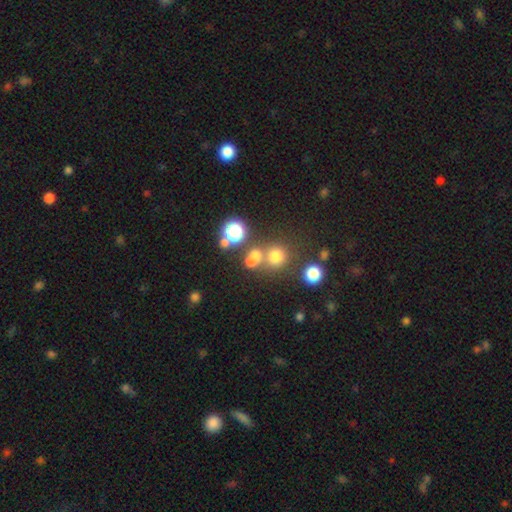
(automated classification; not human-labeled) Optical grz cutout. It shows a smooth galaxy with no disk features (64%) that is round (81%). Merging: none (55%).